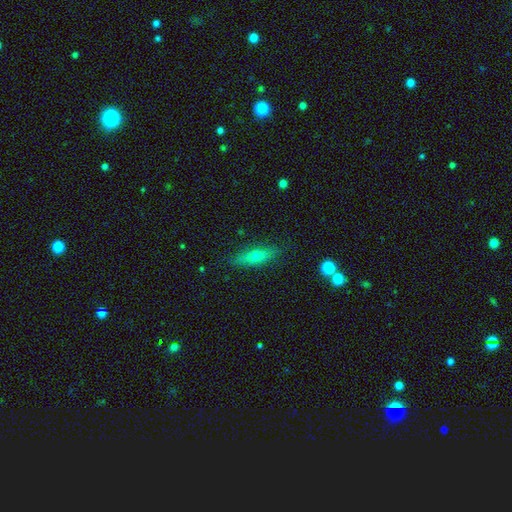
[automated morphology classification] smooth 53%, featured or disk 39%, star or artifact 8%. Down the decision tree: how rounded — cigar-shaped (67%); merging — none (85%).